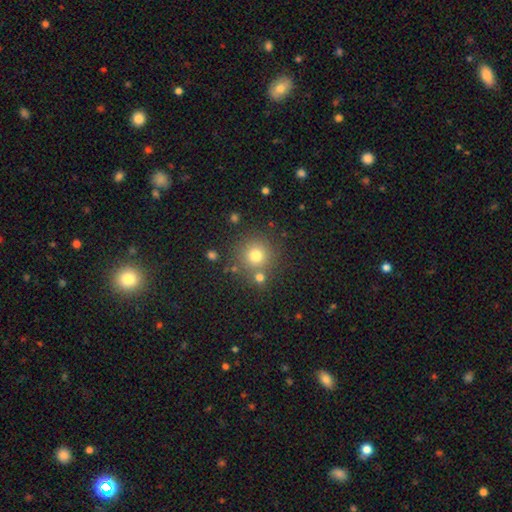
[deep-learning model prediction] smooth 75%, star or artifact 16%, featured or disk 9%. Down the decision tree: how rounded — round (94%); merging — none (79%).